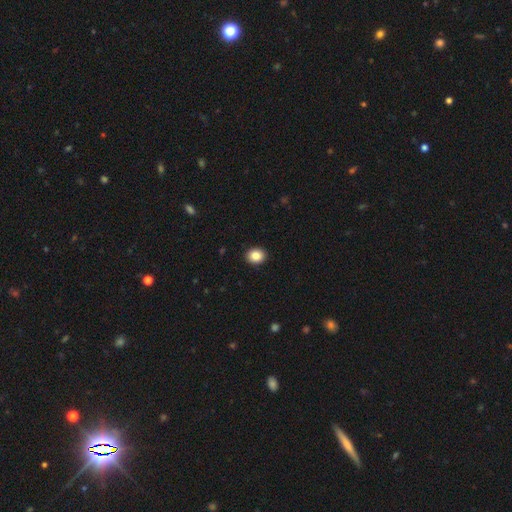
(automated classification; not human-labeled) Morphology: type=smooth (86%); roundness=round (61%); merging=none (92%).